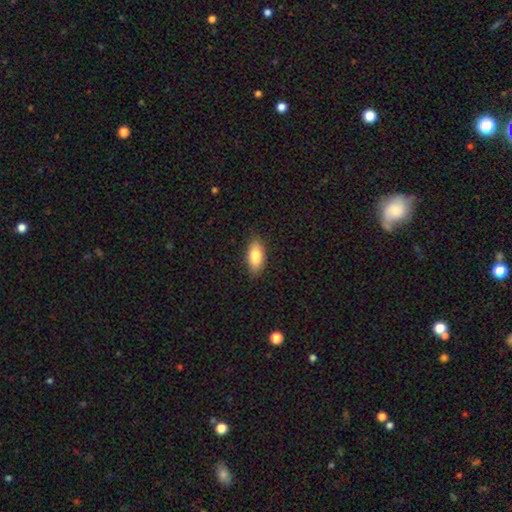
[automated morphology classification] smooth 81%, featured or disk 12%, star or artifact 7%. Down the decision tree: how rounded — in between (88%); merging — none (85%).